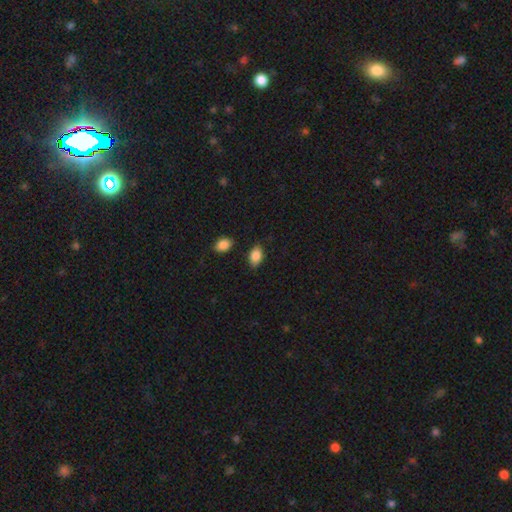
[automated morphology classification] smooth 87%, star or artifact 8%, featured or disk 5%. Down the decision tree: how rounded — in between (88%); merging — none (82%).